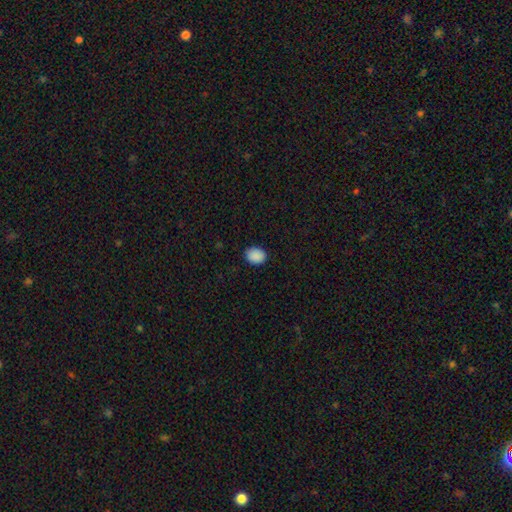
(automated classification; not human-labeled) Smooth or featured?
  - smooth: 90% *
  - star or artifact: 8%
  - featured or disk: 2%
How rounded?
  - in between: 58% *
  - round: 41%
  - cigar-shaped: 1%
Merging?
  - none: 89% *
  - minor disturbance: 8%
  - major disturbance: 2%
  - merger: 1%